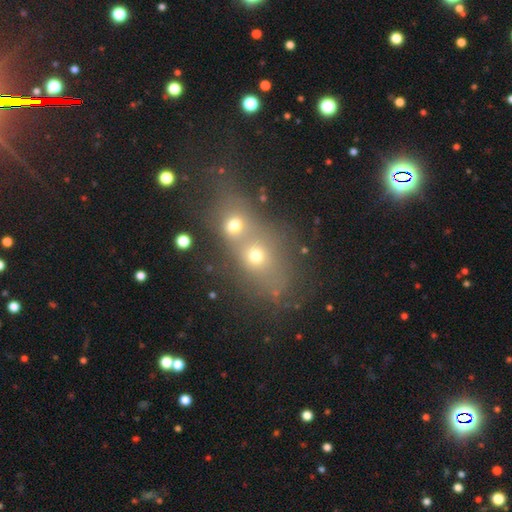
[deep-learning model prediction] The model was most divided on "how rounded": round: 56%, in between: 41%, cigar-shaped: 2%. More confident: merging — merger (70%); smooth or featured — smooth (61%).